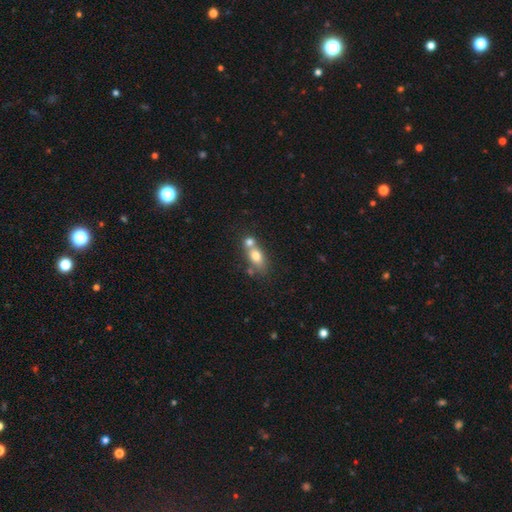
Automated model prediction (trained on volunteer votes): Smooth or featured? Predicted: smooth (p=0.72). How rounded? Predicted: in between (p=0.68). Merging? Predicted: merger (p=0.55).